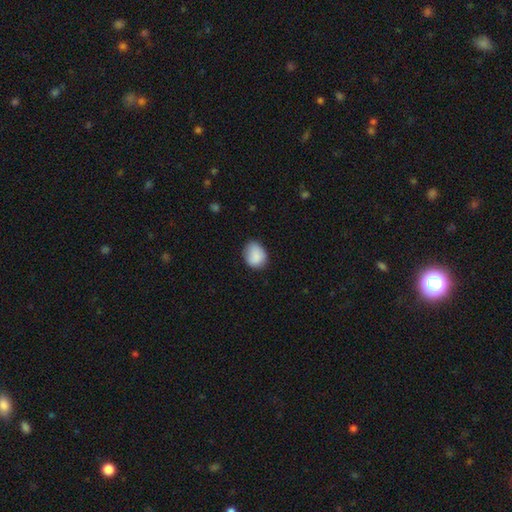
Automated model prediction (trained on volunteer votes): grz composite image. It shows a smooth galaxy with no disk features (88%) that is in between round and cigar-shaped (50%). Merging: none (73%).